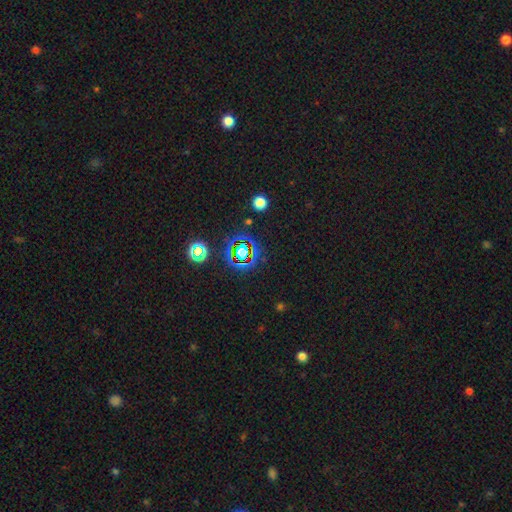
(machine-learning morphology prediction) smooth_or_featured: star or artifact (p=0.64) [alt: smooth p=0.21]